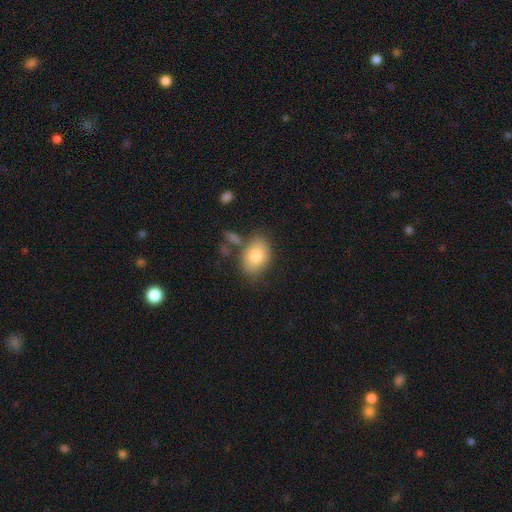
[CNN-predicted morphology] smooth-or-featured: smooth: 79% | featured or disk: 13% | star or artifact: 8%
  how-rounded: in between: 78% | round: 21% | cigar-shaped: 1%
  merging: none: 69% | minor disturbance: 16% | merger: 10% | major disturbance: 5%